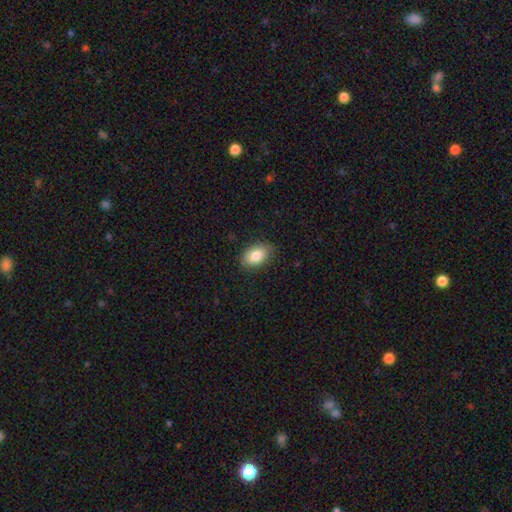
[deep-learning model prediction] Smooth or featured?
  - smooth: 84% *
  - featured or disk: 9%
  - star or artifact: 7%
How rounded?
  - in between: 89% *
  - round: 9%
  - cigar-shaped: 1%
Merging?
  - none: 82% *
  - minor disturbance: 15%
  - major disturbance: 3%
  - merger: 1%